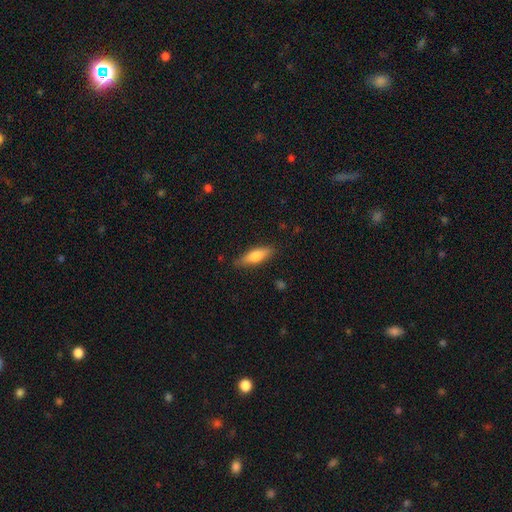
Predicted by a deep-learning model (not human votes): smooth_or_featured: smooth (p=0.72) [alt: featured or disk p=0.22]
how_rounded: cigar-shaped (p=0.52) [alt: in between p=0.46]
merging: none (p=0.84) [alt: minor disturbance p=0.12]